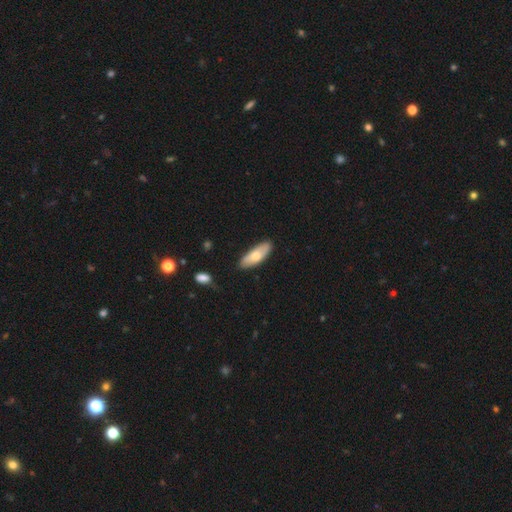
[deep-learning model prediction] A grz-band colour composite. It shows a smooth galaxy with no disk features (63%) that is in between round and cigar-shaped (69%). Merging: none (85%).